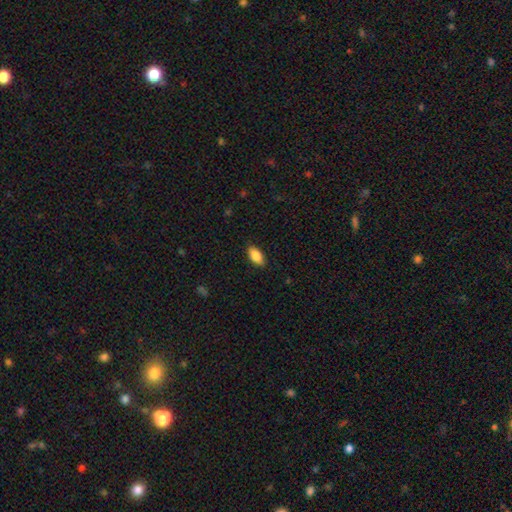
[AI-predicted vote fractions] Overall: smooth (86%). How rounded: in between (91%). Merging: none (87%).